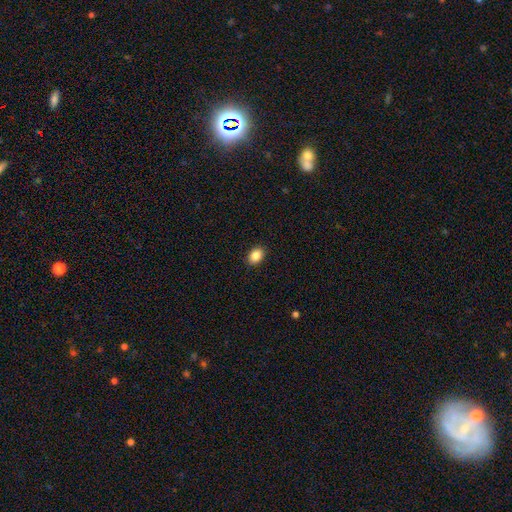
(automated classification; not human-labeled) Morphology: type=smooth (87%); roundness=in between (70%); merging=none (91%).